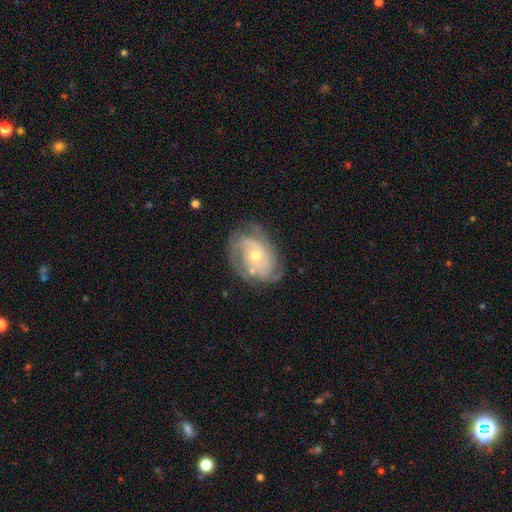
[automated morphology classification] A featured or disk galaxy (81%) with no bar (73%), tight (59%) spiral arms (90%) and a small central bulge (54%).

Vote fractions:
- Smooth or featured? featured or disk: 81% / smooth: 13% / star or artifact: 6%
- Edge-on disk? no: 97% / yes: 3%
- Bar? no: 73% / weak: 23% / strong: 5%
- Spiral arms? yes: 90% / no: 10%
- Spiral winding? tight: 59% / medium: 31% / loose: 10%
- Spiral arm count? can't tell: 36% / 2: 28% / 3: 20% / 4: 7% / 1: 5% / more than 4: 4%
- Bulge size? small: 54% / moderate: 42% / large: 2% / none: 1% / dominant: 1%
- Merging? none: 68% / minor disturbance: 21% / major disturbance: 9% / merger: 2%